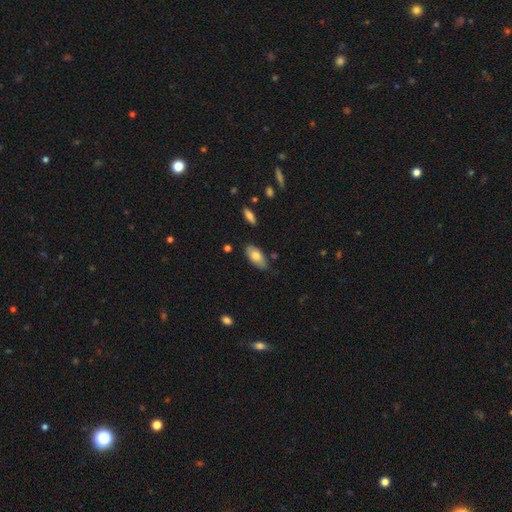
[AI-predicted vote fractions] A smooth galaxy with no disk features (77%) that is in between round and cigar-shaped (91%). Merging: none (77%).